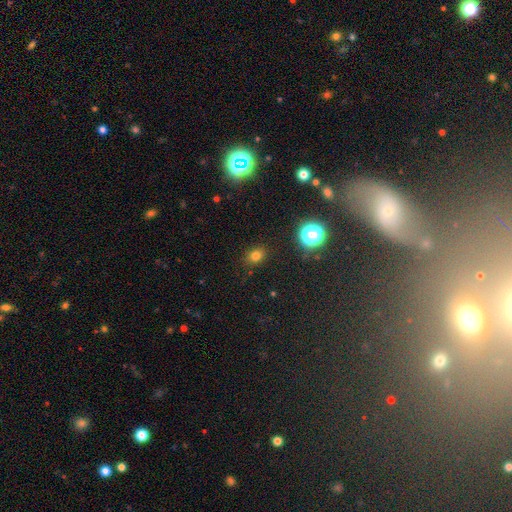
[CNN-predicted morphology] This appears to be a smooth galaxy with no disk features (74%) that is round (51%). Merging: none (86%).